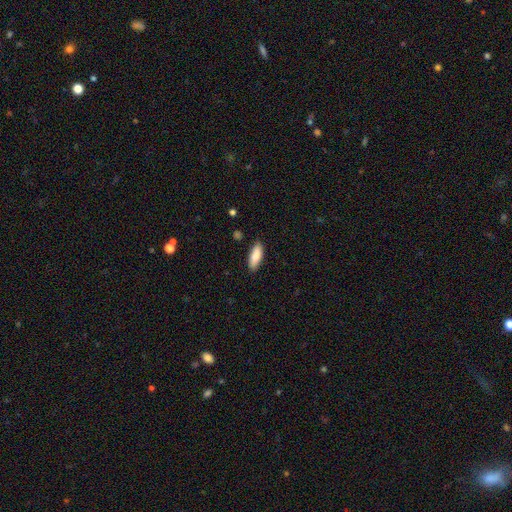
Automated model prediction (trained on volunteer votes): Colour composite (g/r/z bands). It shows a smooth galaxy with no disk features (86%) that is in between round and cigar-shaped (70%). Merging: none (85%).